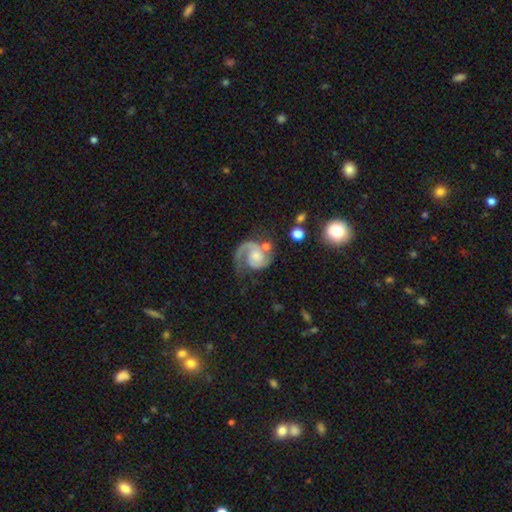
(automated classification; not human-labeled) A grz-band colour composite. It shows a featured or disk galaxy (86%) with no bar (69%), 2 (56%) medium (47%) spiral arms (97%) and a small central bulge (45%). Merging: none (53%).